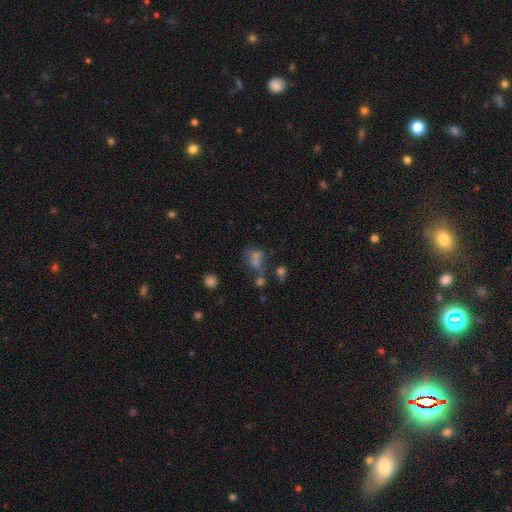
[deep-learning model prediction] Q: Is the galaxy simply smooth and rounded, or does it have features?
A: smooth — 45%.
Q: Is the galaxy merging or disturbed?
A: none — 38%.